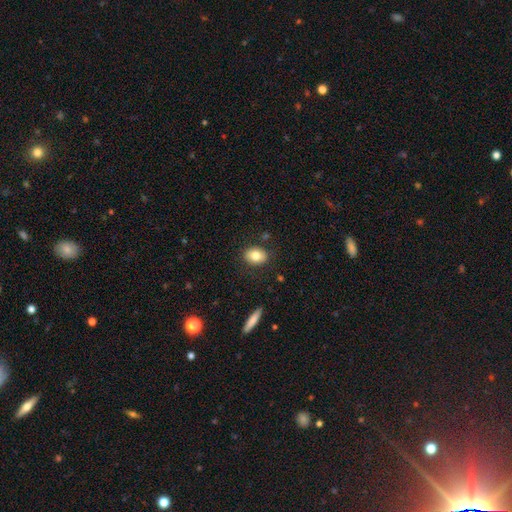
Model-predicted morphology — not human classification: This appears to be a smooth galaxy with no disk features (78%) that is in between round and cigar-shaped (68%). Merging: none (85%).